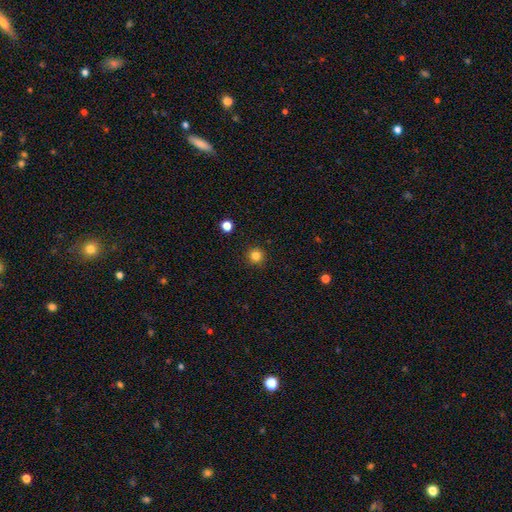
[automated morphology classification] This appears to be a smooth galaxy with no disk features (82%) that is round (95%). Merging: none (92%).